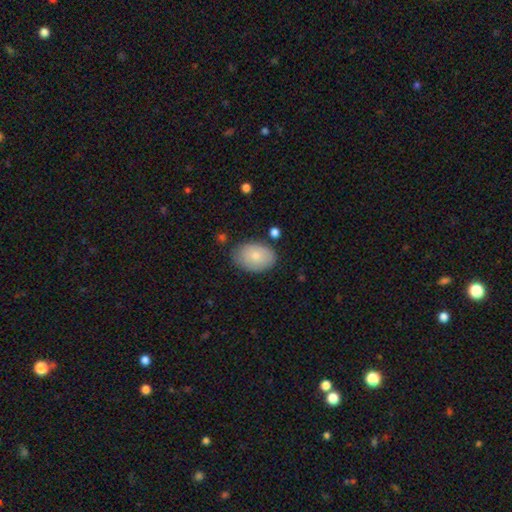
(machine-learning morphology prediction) smooth 78%, featured or disk 16%, star or artifact 6%. Down the decision tree: how rounded — in between (87%); merging — none (76%).